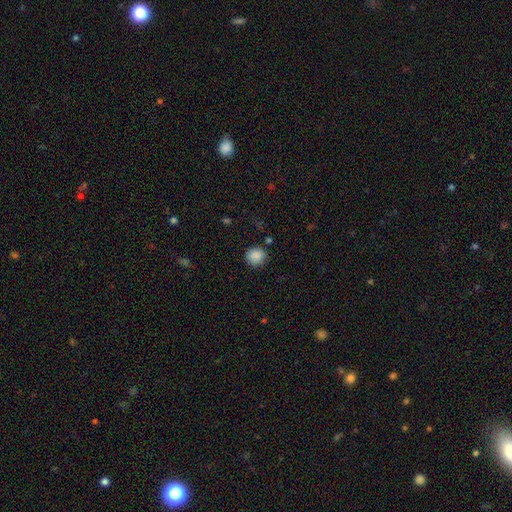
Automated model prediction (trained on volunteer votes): smooth_or_featured: smooth (p=0.87) [alt: star or artifact p=0.08]
how_rounded: round (p=0.87) [alt: in between p=0.12]
merging: none (p=0.82) [alt: minor disturbance p=0.13]